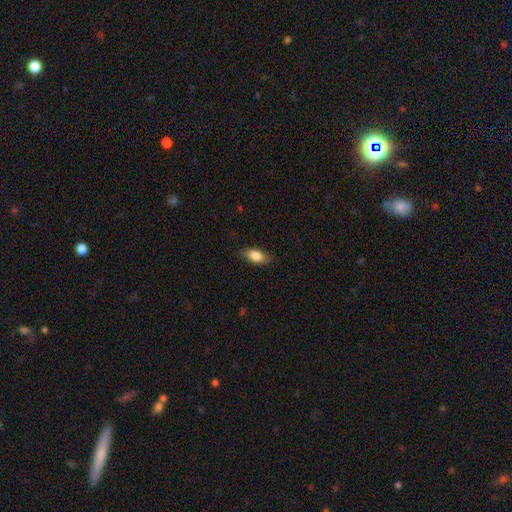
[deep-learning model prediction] This appears to be a smooth galaxy with no disk features (81%) that is in between round and cigar-shaped (85%). Merging: none (82%).